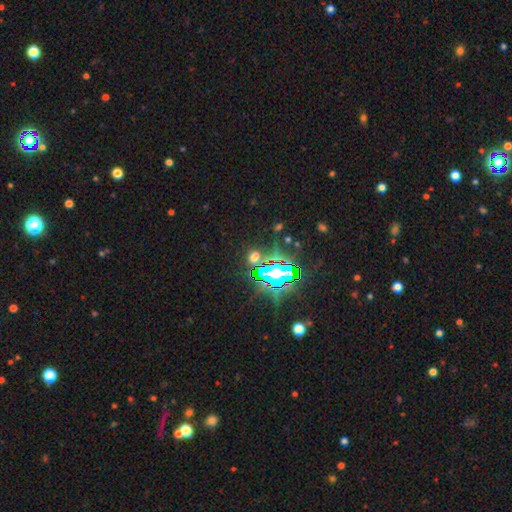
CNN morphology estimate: A star or artifact, not a galaxy (63%).